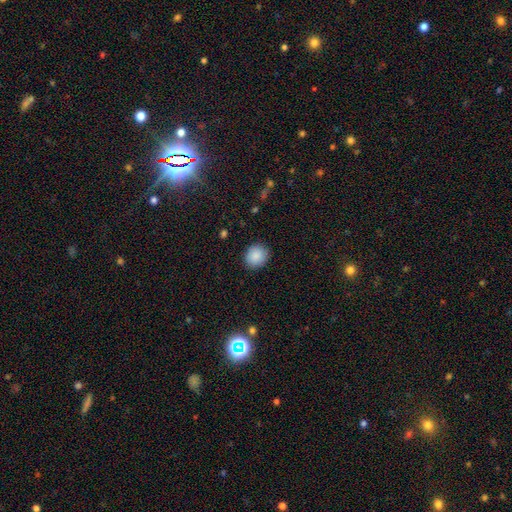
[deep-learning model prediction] Smooth or featured? Predicted: smooth (p=0.88). How rounded? Predicted: round (p=0.79). Merging? Predicted: none (p=0.89).